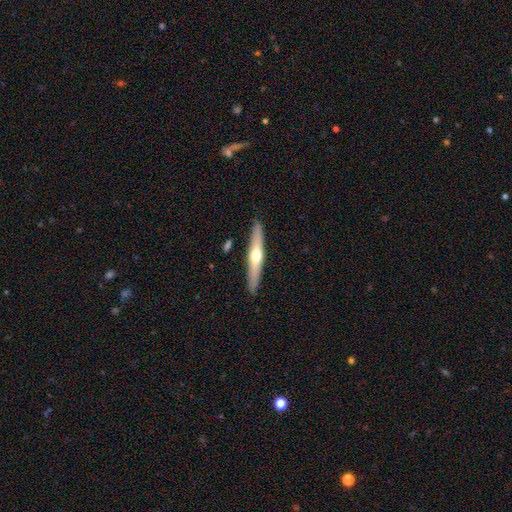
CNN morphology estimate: A featured or disk galaxy (60%) viewed edge-on (95%) with a rounded central bulge (92%). Merging: none (90%).